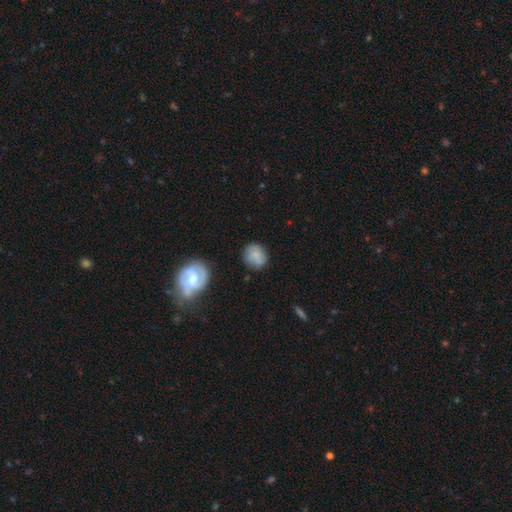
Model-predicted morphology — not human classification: Smooth or featured?
  - smooth: 68% *
  - featured or disk: 24%
  - star or artifact: 8%
How rounded?
  - round: 79% *
  - in between: 19%
  - cigar-shaped: 1%
Merging?
  - none: 71% *
  - minor disturbance: 19%
  - major disturbance: 6%
  - merger: 4%